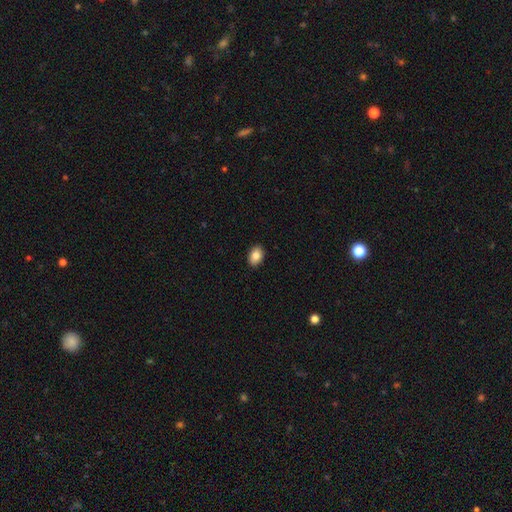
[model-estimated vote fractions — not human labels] A smooth galaxy with no disk features (85%) that is in between round and cigar-shaped (84%). Merging: none (90%).